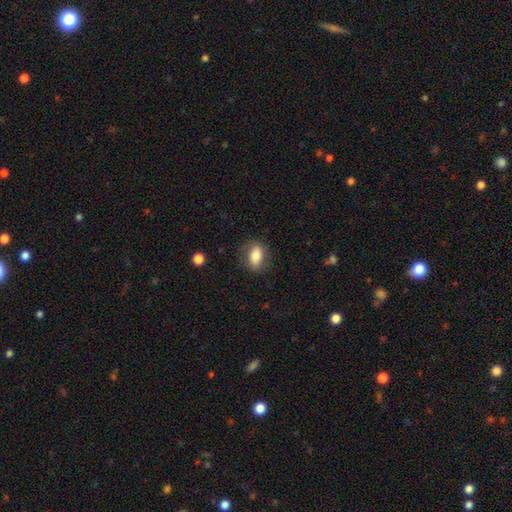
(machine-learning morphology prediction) Smooth or featured: smooth — 77% (featured or disk — 16%)
How rounded: in between — 82% (round — 14%)
Merging: none — 77% (minor disturbance — 16%)